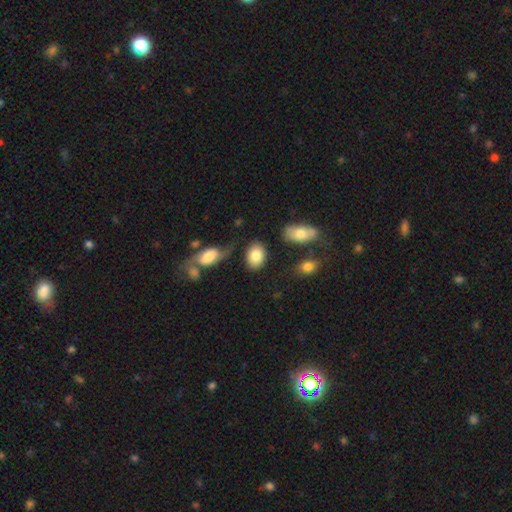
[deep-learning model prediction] The model was most divided on "merging": none: 66%, minor disturbance: 17%, major disturbance: 9%, merger: 8%. More confident: smooth or featured — smooth (82%); how rounded — in between (79%).